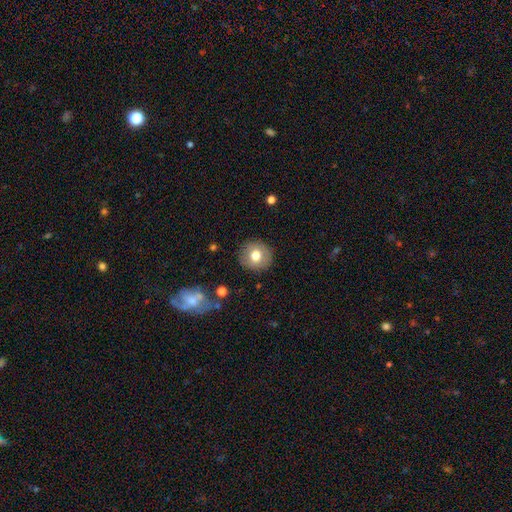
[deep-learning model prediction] This is likely a smooth galaxy (72%). How rounded: clearly round (91%). Merging: clearly none (88%).